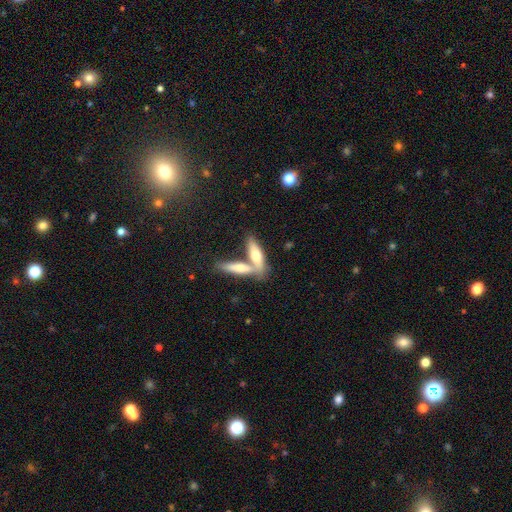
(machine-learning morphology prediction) Smooth or featured: smooth — 61% (featured or disk — 34%)
How rounded: cigar-shaped — 59% (in between — 38%)
Merging: merger — 53% (none — 36%)